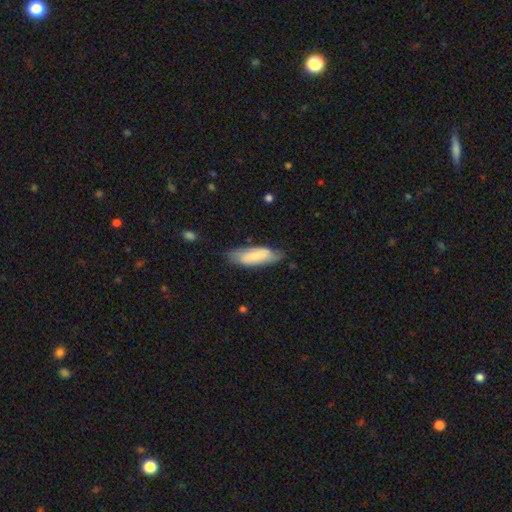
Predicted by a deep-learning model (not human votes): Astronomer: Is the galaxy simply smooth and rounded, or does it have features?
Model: smooth — 69%.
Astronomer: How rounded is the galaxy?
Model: in between — 62%.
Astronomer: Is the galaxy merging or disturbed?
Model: none — 70%.